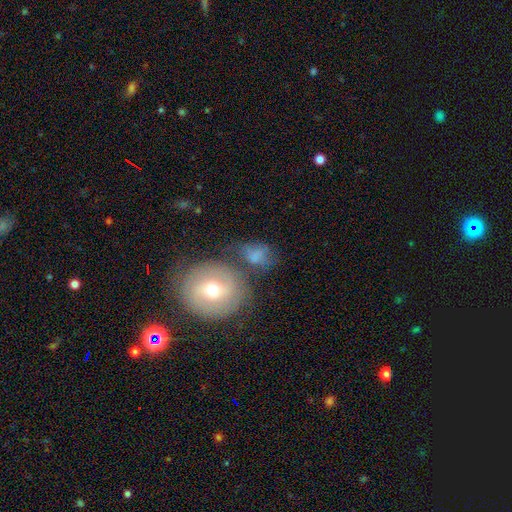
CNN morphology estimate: Q: Smooth or featured?
A: smooth (64%); runner-up: featured or disk (23%)
Q: How rounded?
A: in between (61%); runner-up: round (37%)
Q: Merging?
A: none (37%); runner-up: merger (29%)